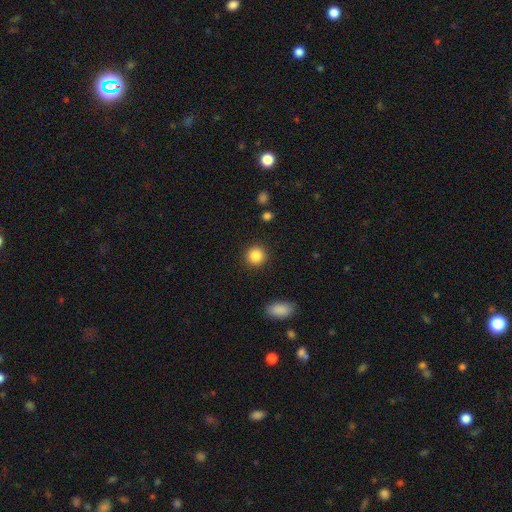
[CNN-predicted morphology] Smooth or featured?
  - smooth: 87% *
  - star or artifact: 9%
  - featured or disk: 4%
How rounded?
  - round: 91% *
  - in between: 8%
  - cigar-shaped: 1%
Merging?
  - none: 90% *
  - minor disturbance: 6%
  - major disturbance: 2%
  - merger: 1%